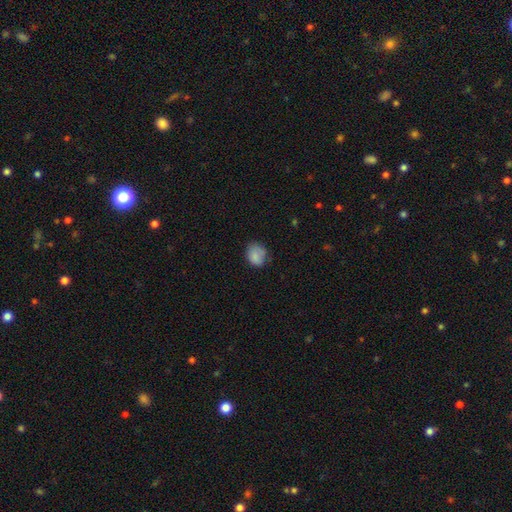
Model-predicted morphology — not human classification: This appears to be a smooth galaxy with no disk features (83%) that is round (56%). Merging: none (58%).